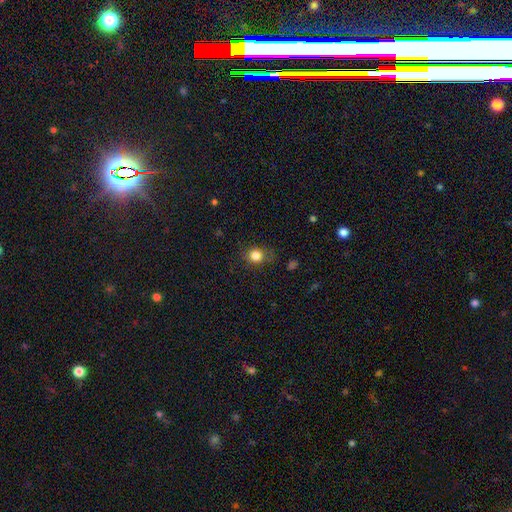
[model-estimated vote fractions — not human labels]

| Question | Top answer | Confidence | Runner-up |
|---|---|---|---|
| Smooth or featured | smooth | 82% | star or artifact (12%) |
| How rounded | round | 73% | in between (26%) |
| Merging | none | 77% | minor disturbance (16%) |